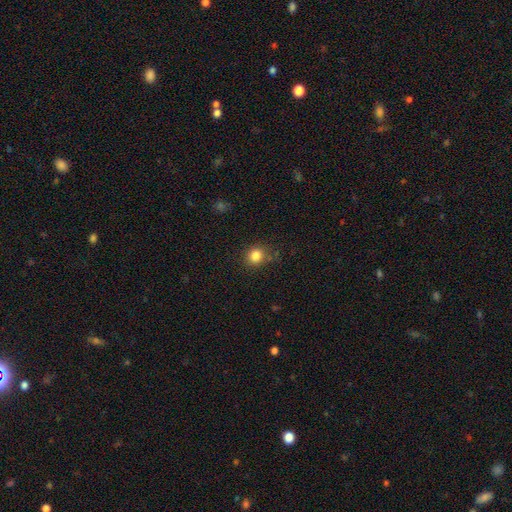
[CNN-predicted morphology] Smooth or featured?
  - smooth: 83% *
  - star or artifact: 12%
  - featured or disk: 5%
How rounded?
  - round: 82% *
  - in between: 17%
  - cigar-shaped: 1%
Merging?
  - none: 80% *
  - minor disturbance: 14%
  - major disturbance: 4%
  - merger: 2%